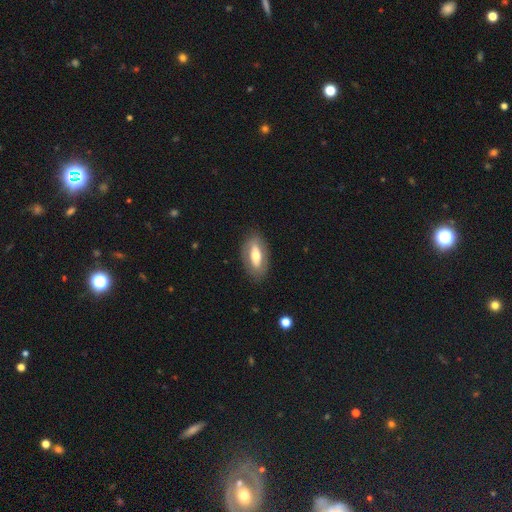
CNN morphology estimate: The model was most divided on "smooth or featured": featured or disk: 48%, smooth: 46%, star or artifact: 6%. More confident: merging — none (83%).